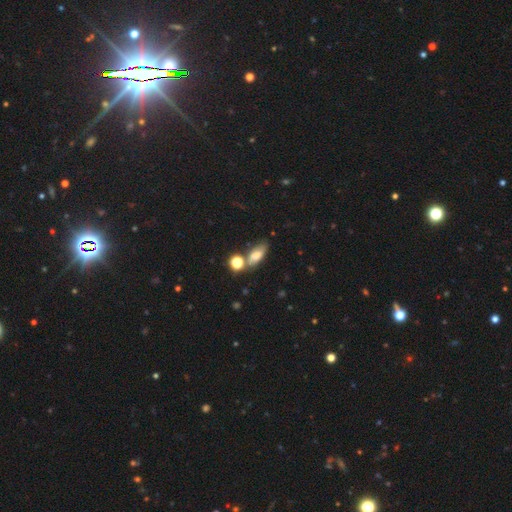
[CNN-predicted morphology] Q: Smooth or featured?
A: smooth (72%); runner-up: featured or disk (15%)
Q: How rounded?
A: in between (76%); runner-up: cigar-shaped (16%)
Q: Merging?
A: none (59%); runner-up: merger (18%)